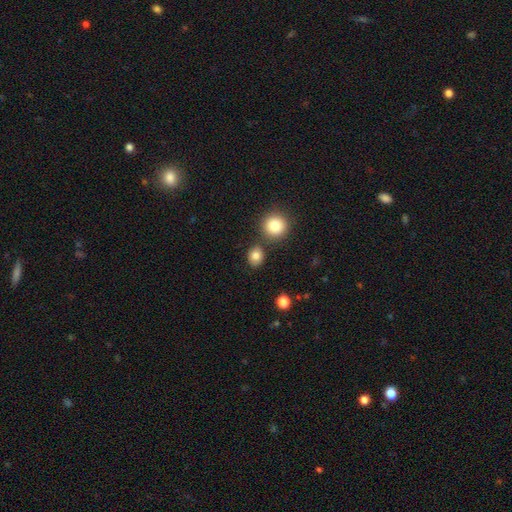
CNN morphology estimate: A smooth galaxy with no disk features (83%) that is round (64%).

Vote fractions:
- Smooth or featured? smooth: 83% / star or artifact: 11% / featured or disk: 7%
- How rounded? round: 64% / in between: 35% / cigar-shaped: 1%
- Merging? none: 77% / merger: 10% / minor disturbance: 9% / major disturbance: 3%